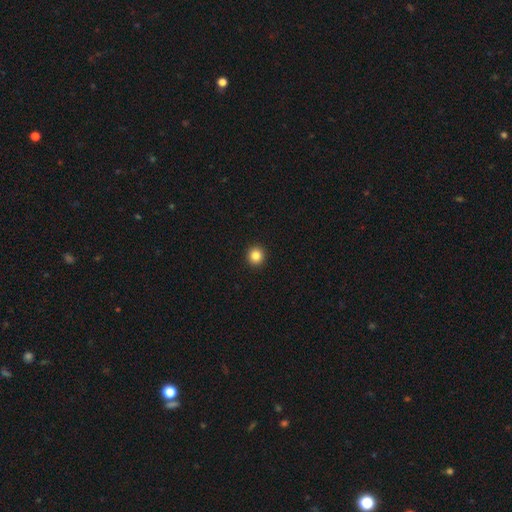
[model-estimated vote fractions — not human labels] Smooth or featured: smooth — 84% (star or artifact — 11%)
How rounded: round — 93% (in between — 6%)
Merging: none — 94% (minor disturbance — 4%)